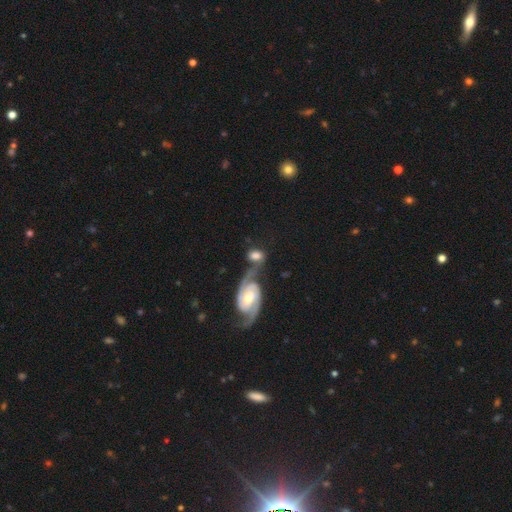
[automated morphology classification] The model was most divided on "smooth or featured": featured or disk: 47%, smooth: 45%, star or artifact: 8%. Remaining: merging — merger (49%).